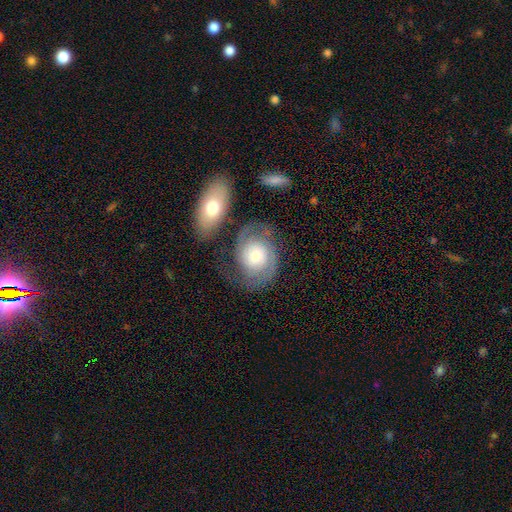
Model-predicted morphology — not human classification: smooth-or-featured: featured or disk: 77% | smooth: 17% | star or artifact: 6%
  disk-edge-on: no: 97% | yes: 3%
    bar: no: 74% | weak: 22% | strong: 4%
    has-spiral-arms: yes: 94% | no: 6%
      spiral-winding: tight: 50% | medium: 38% | loose: 12%
      spiral-arm-count: 2: 85% | can't tell: 7% | 3: 3% | 1: 3% | 4: 1% | more than 4: 1%
    bulge-size: moderate: 50% | small: 31% | large: 13% | dominant: 3% | none: 2%
  merging: none: 61% | minor disturbance: 18% | major disturbance: 11% | merger: 9%